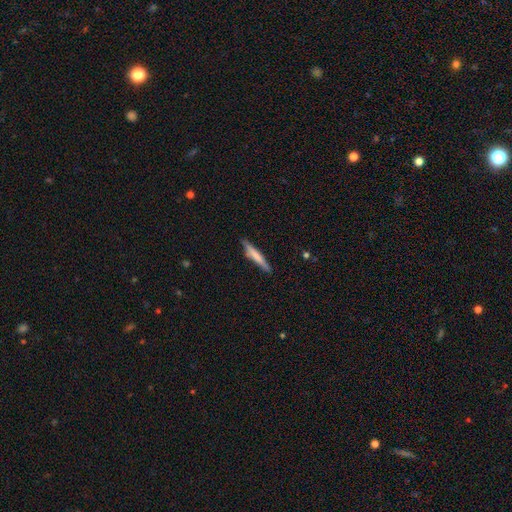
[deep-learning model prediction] Smooth or featured: smooth — 64% (featured or disk — 31%)
How rounded: cigar-shaped — 94% (in between — 5%)
Merging: none — 83% (minor disturbance — 13%)